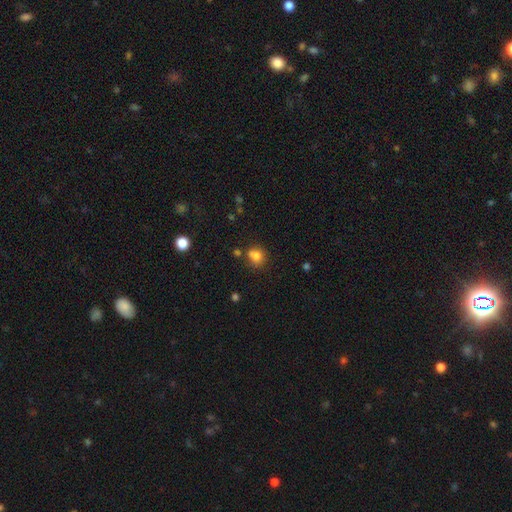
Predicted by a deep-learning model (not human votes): Morphology: type=smooth (79%); roundness=round (75%); merging=none (61%).